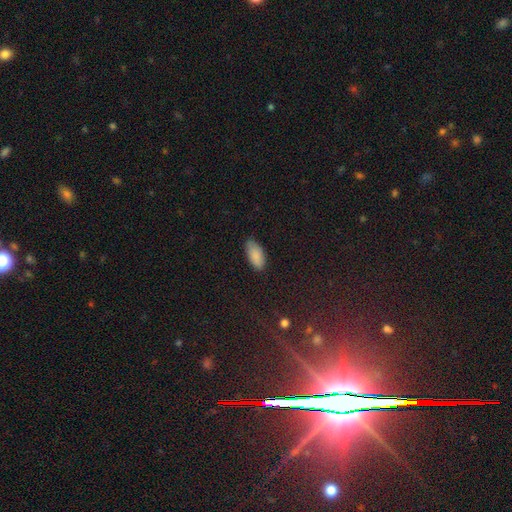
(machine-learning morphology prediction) smooth 88%, star or artifact 7%, featured or disk 5%. Down the decision tree: how rounded — in between (91%); merging — none (79%).